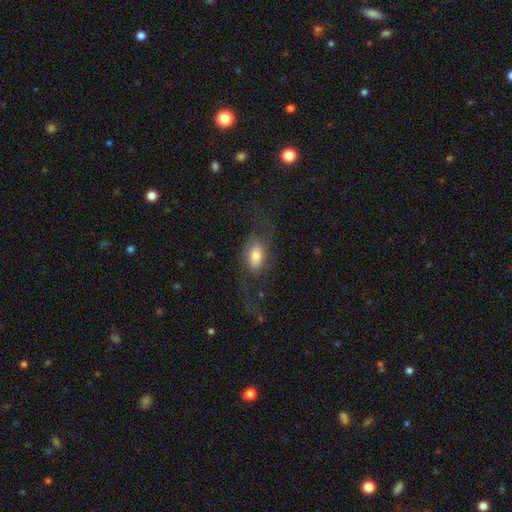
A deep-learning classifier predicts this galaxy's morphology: type=smooth (46%); merging=none (47%).